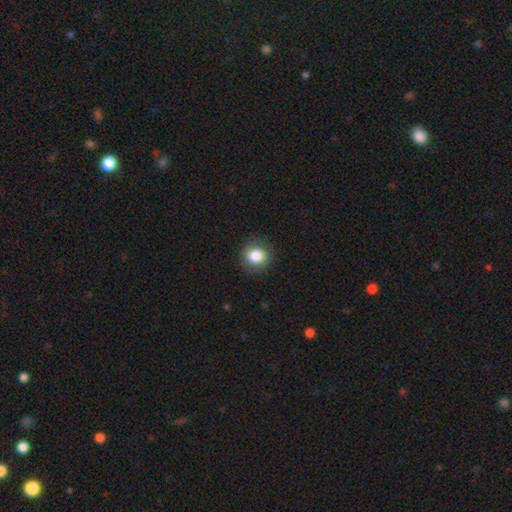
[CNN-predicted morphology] Smooth or featured: smooth — 81% (featured or disk — 10%)
How rounded: round — 85% (in between — 14%)
Merging: none — 85% (minor disturbance — 10%)